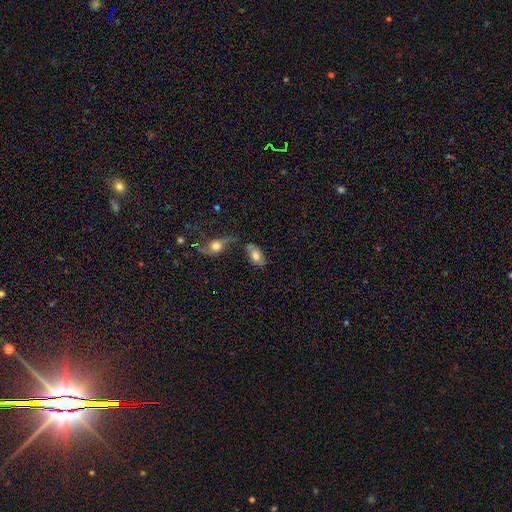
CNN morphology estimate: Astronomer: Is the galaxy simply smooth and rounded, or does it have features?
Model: smooth — 64%.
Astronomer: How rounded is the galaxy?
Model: in between — 89%.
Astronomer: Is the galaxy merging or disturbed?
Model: none — 36% (runner-up: merger, 32%).